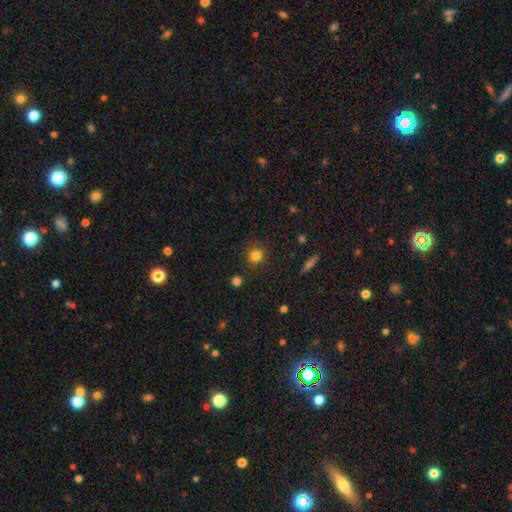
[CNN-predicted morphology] Overall: smooth (82%). How rounded: round (90%). Merging: none (87%).